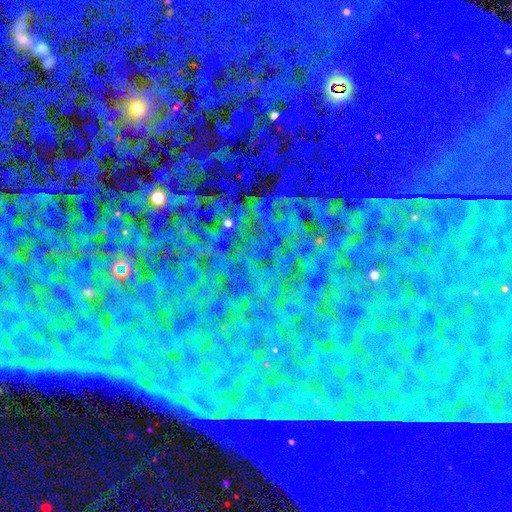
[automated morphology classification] This appears to be a star or artifact, not a galaxy (86%).